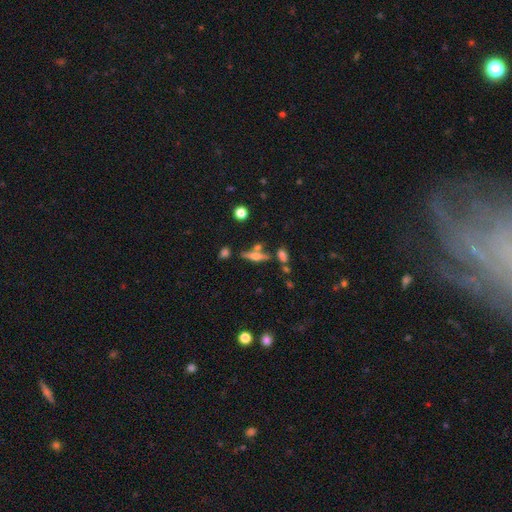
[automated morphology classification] Overall: featured or disk (50%; smooth 39%). Edge-on disk: yes (92%). Merging: none (67%).